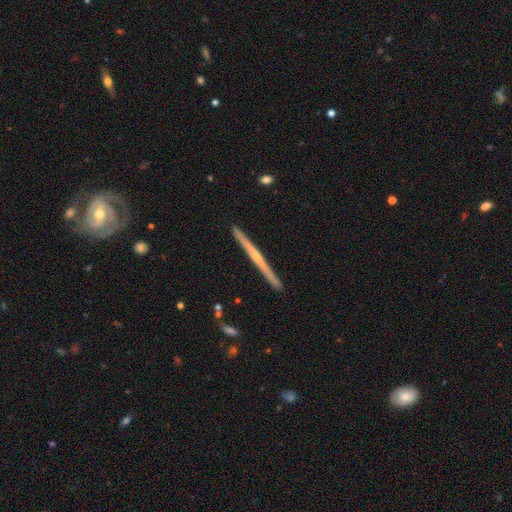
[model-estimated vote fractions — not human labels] This is likely a featured or disk galaxy (69%). It is clearly viewed edge-on (98%). Edge-on bulge: possibly none (51%). Merging: clearly none (92%).